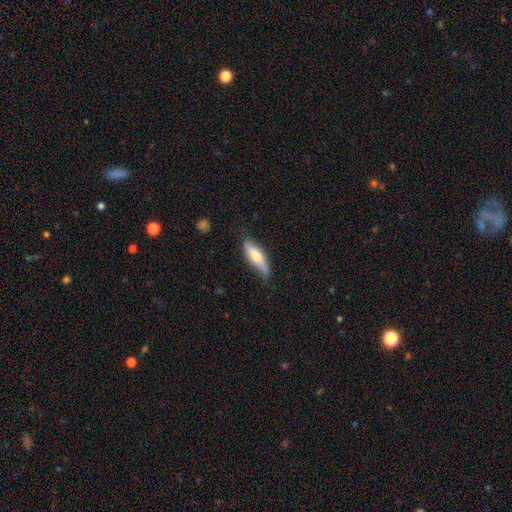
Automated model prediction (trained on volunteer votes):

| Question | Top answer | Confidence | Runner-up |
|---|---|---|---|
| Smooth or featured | smooth | 61% | featured or disk (33%) |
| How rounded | cigar-shaped | 50% | in between (48%) |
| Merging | none | 65% | minor disturbance (28%) |